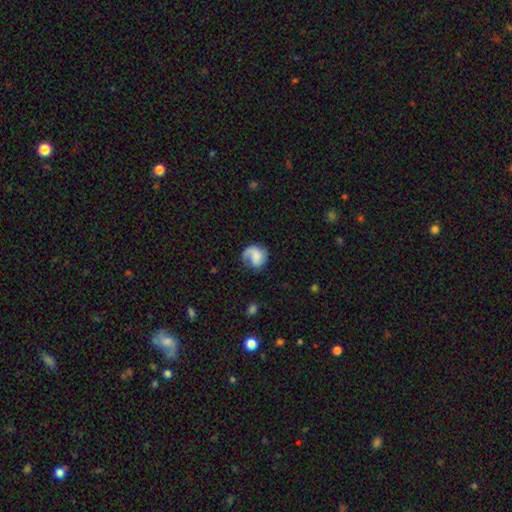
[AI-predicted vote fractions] featured or disk 52%, smooth 40%, star or artifact 8%. Down the decision tree: edge-on disk — no (98%); bar — no (60%); spiral arms — yes (89%); bulge size — none (34%); merging — none (53%).